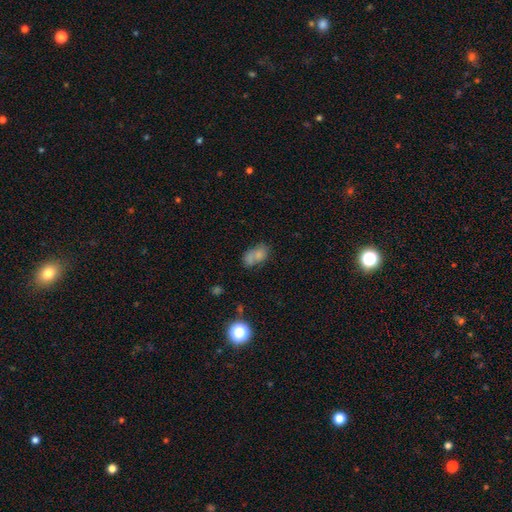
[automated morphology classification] The model was most divided on "merging": none: 39%, merger: 32%, minor disturbance: 19%, major disturbance: 11%. More confident: how rounded — in between (79%); smooth or featured — smooth (66%).